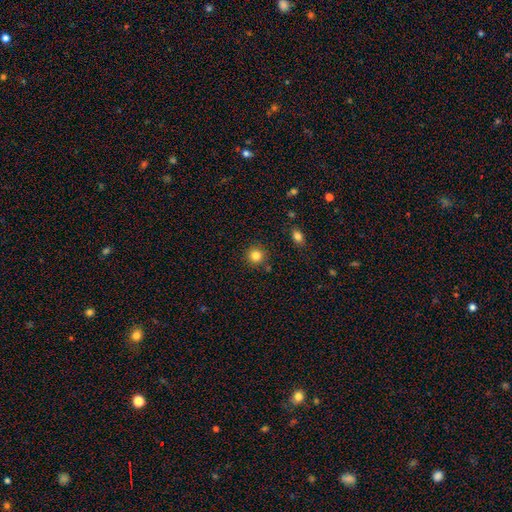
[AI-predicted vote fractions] Smooth or featured?
  - smooth: 83% *
  - star or artifact: 11%
  - featured or disk: 5%
How rounded?
  - round: 93% *
  - in between: 6%
  - cigar-shaped: 1%
Merging?
  - none: 88% *
  - minor disturbance: 7%
  - merger: 3%
  - major disturbance: 2%